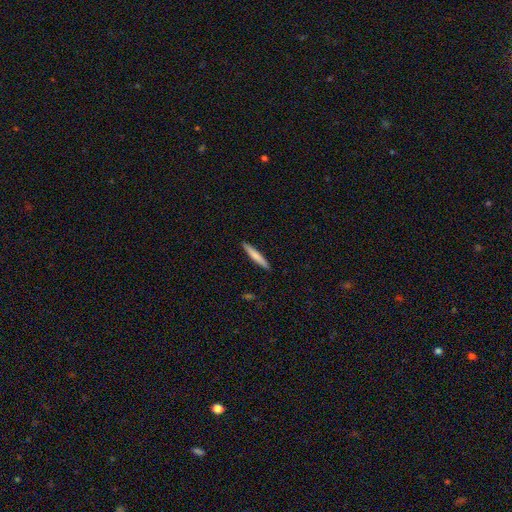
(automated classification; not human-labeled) smooth-or-featured: smooth: 72% | featured or disk: 23% | star or artifact: 5%
  how-rounded: cigar-shaped: 94% | in between: 5% | round: 1%
  merging: none: 91% | minor disturbance: 7% | major disturbance: 1% | merger: 1%